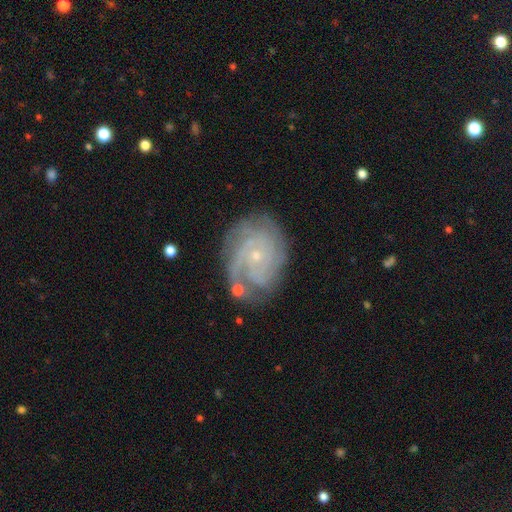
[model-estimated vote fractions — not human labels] Smooth or featured? featured or disk (84%)
Edge-on disk? no (97%)
Bar? no (79%)
Spiral arms? yes (95%)
Spiral winding? tight (69%)
Spiral arm count? can't tell (30%)
Bulge size? small (82%)
Merging? none (71%)